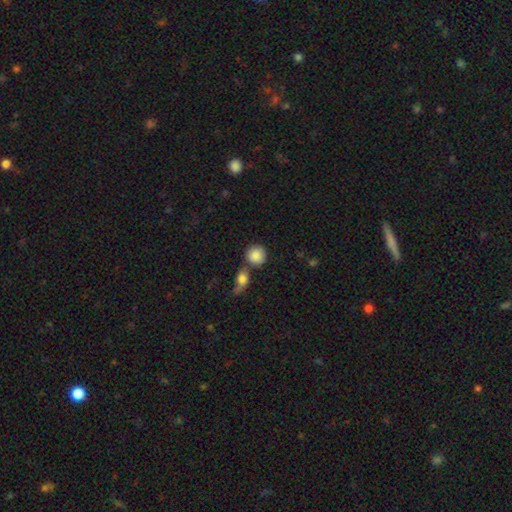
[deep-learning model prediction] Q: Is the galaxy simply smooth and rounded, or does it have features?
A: smooth — 85%.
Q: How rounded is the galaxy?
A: round — 88%.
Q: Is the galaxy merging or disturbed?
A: none — 61%.